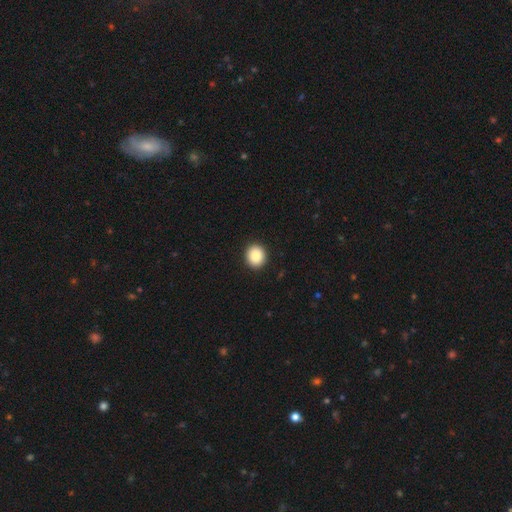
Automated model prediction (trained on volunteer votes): A smooth galaxy with no disk features (89%) that is round (73%).

Vote fractions:
- Smooth or featured? smooth: 89% / star or artifact: 8% / featured or disk: 3%
- How rounded? round: 73% / in between: 26% / cigar-shaped: 1%
- Merging? none: 92% / minor disturbance: 5% / major disturbance: 2% / merger: 1%